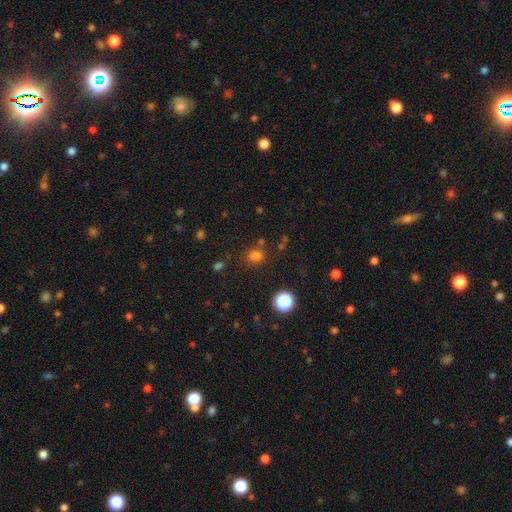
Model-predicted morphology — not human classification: Overall: smooth (75%). How rounded: round (77%). Merging: none (75%).